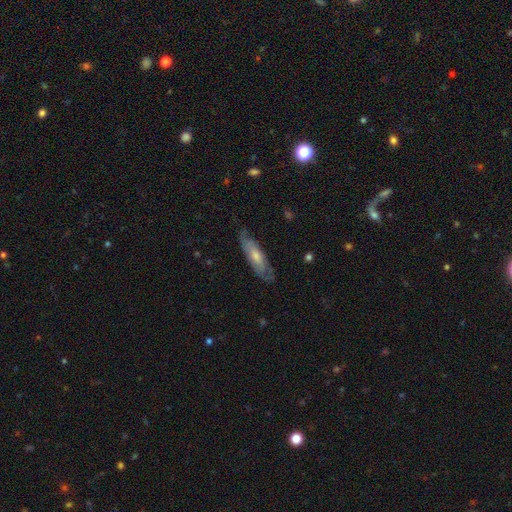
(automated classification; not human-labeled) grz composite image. It shows a smooth galaxy with no disk features (49%). Merging: none (72%).